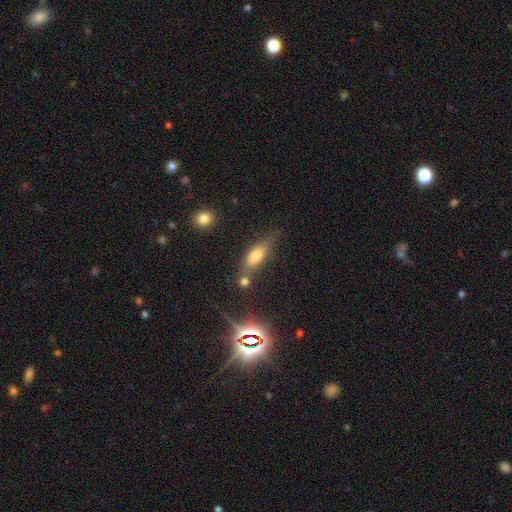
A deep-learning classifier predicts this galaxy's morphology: A smooth galaxy with no disk features (65%) that is in between round and cigar-shaped (64%).

Vote fractions:
- Smooth or featured? smooth: 65% / featured or disk: 19% / star or artifact: 16%
- How rounded? in between: 64% / cigar-shaped: 32% / round: 4%
- Merging? none: 54% / minor disturbance: 23% / merger: 13% / major disturbance: 9%